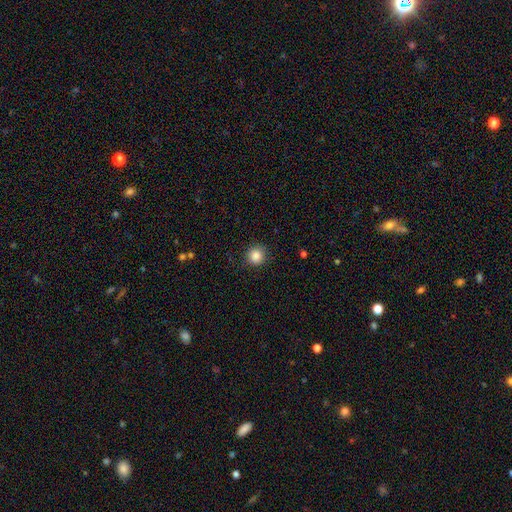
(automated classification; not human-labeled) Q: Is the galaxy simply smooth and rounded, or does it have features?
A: smooth — 86%.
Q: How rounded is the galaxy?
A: round — 93%.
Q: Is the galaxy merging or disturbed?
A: none — 89%.